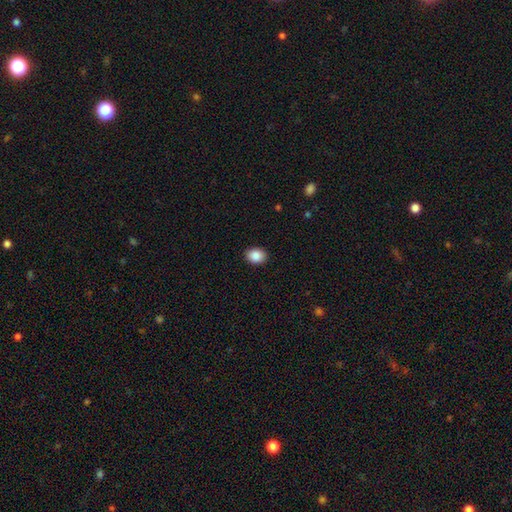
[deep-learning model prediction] Smooth or featured? Predicted: smooth (p=0.88). How rounded? Predicted: in between (p=0.62). Merging? Predicted: none (p=0.90).